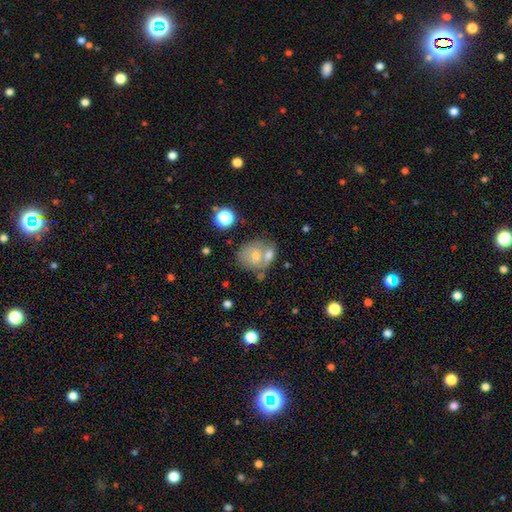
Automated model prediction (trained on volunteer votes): A smooth galaxy with no disk features (58%) that is round (64%). Merging: none (42%).